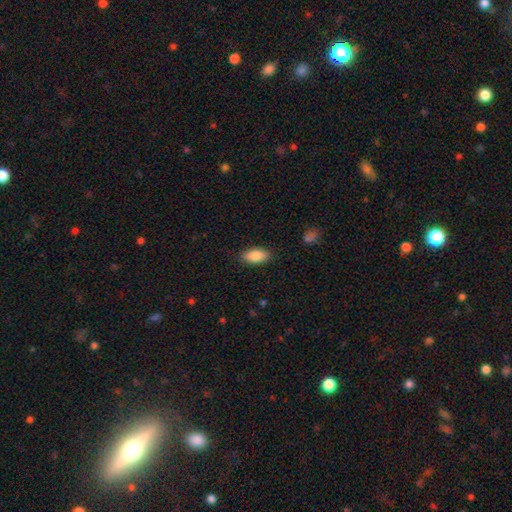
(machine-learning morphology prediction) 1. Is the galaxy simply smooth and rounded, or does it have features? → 87% smooth, 7% star or artifact, 7% featured or disk.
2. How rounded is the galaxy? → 90% in between, 8% cigar-shaped, 3% round.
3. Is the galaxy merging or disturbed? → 87% none, 9% minor disturbance, 2% major disturbance, 1% merger.